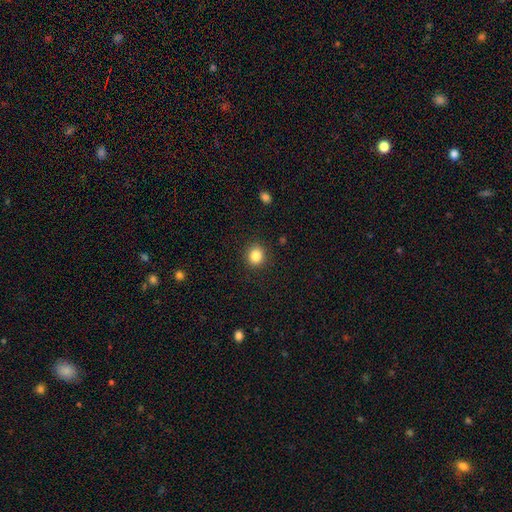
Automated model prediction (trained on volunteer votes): A smooth galaxy with no disk features (85%) that is round (81%).

Vote fractions:
- Smooth or featured? smooth: 85% / star or artifact: 10% / featured or disk: 5%
- How rounded? round: 81% / in between: 18% / cigar-shaped: 1%
- Merging? none: 90% / minor disturbance: 7% / major disturbance: 2% / merger: 1%